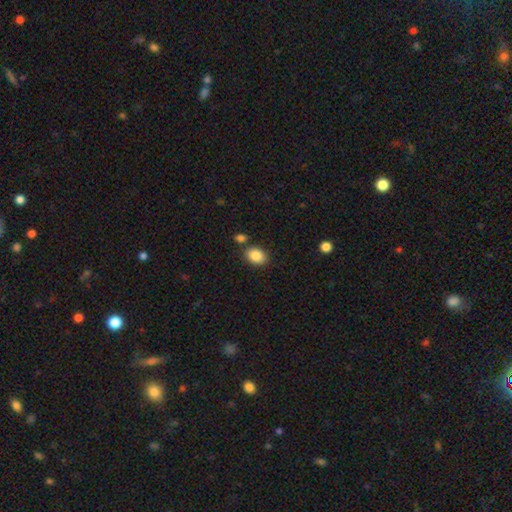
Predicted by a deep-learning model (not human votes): smooth_or_featured: smooth (p=0.87) [alt: star or artifact p=0.08]
how_rounded: in between (p=0.72) [alt: round p=0.27]
merging: none (p=0.78) [alt: minor disturbance p=0.11]